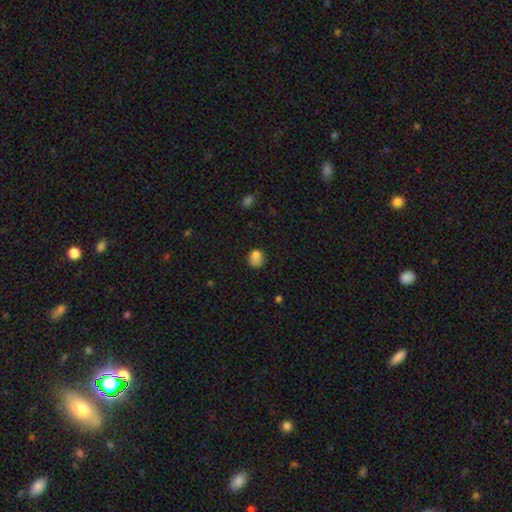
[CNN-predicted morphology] This is likely a smooth galaxy (78%). How rounded: likely round (75%). Merging: possibly none (54%).